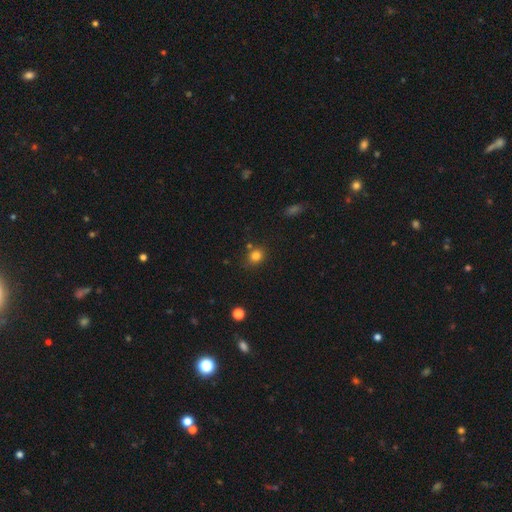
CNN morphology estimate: A smooth galaxy with no disk features (81%) that is round (74%). Merging: none (74%).